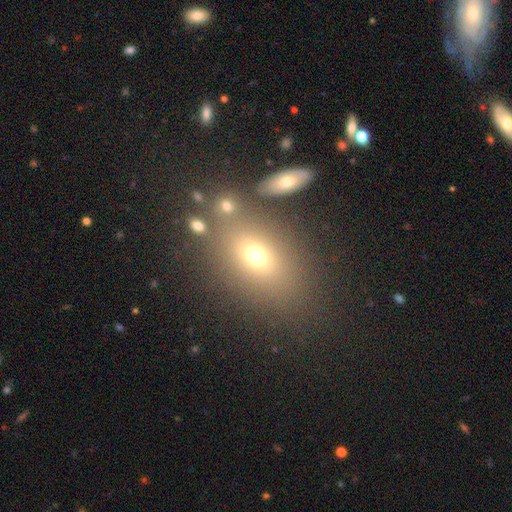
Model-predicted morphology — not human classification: smooth_or_featured: smooth (p=0.66) [alt: featured or disk p=0.17]
how_rounded: in between (p=0.71) [alt: round p=0.25]
merging: none (p=0.71) [alt: minor disturbance p=0.13]